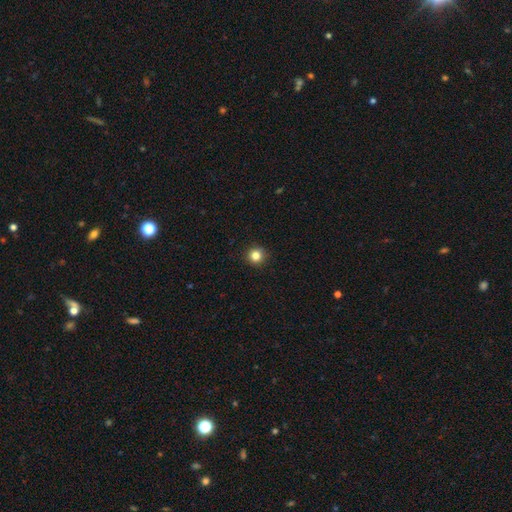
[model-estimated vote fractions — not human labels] Morphology: type=smooth (83%); roundness=round (94%); merging=none (92%).